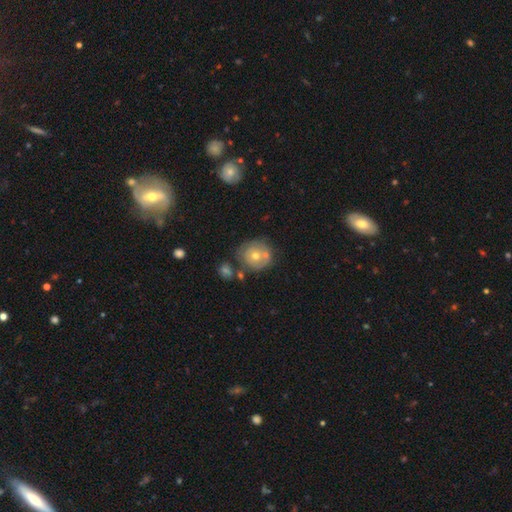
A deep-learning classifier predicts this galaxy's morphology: A featured or disk galaxy (44%, tied with smooth). Merging: none (66%).